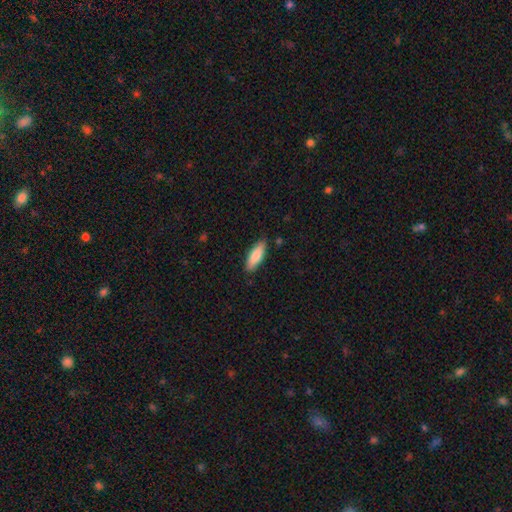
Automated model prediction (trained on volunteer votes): smooth_or_featured: smooth (p=0.81) [alt: featured or disk p=0.13]
how_rounded: in between (p=0.56) [alt: cigar-shaped p=0.43]
merging: none (p=0.86) [alt: minor disturbance p=0.11]